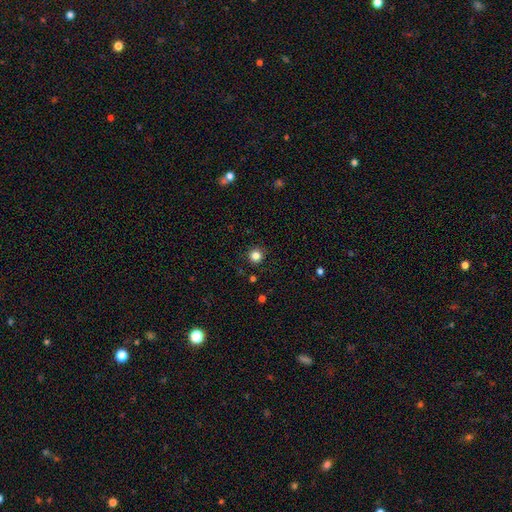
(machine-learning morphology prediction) Overall: smooth (83%). How rounded: round (94%). Merging: none (91%).